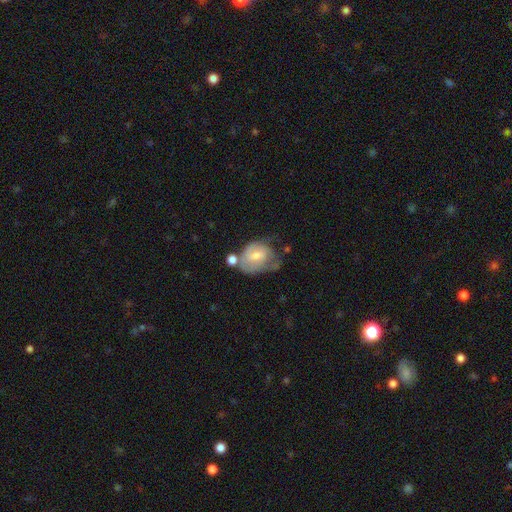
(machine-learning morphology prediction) Smooth or featured? Predicted: featured or disk (p=0.53). Edge-on disk? Predicted: no (p=0.96). Bar? Predicted: weak (p=0.49). Spiral arms? Predicted: yes (p=0.70). Bulge size? Predicted: moderate (p=0.47). Merging? Predicted: none (p=0.30).